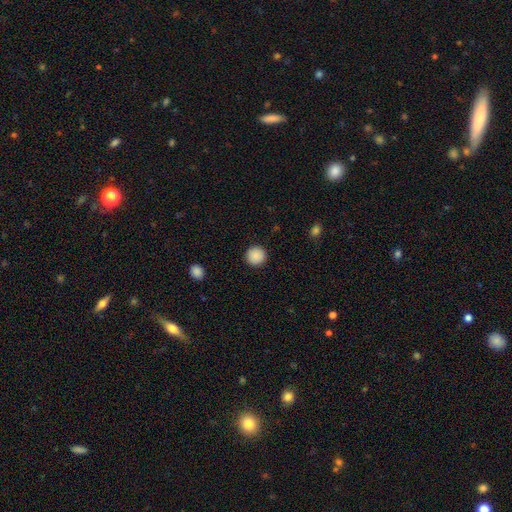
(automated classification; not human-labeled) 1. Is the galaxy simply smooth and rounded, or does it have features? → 89% smooth, 8% star or artifact, 3% featured or disk.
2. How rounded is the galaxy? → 95% round, 4% in between, 1% cigar-shaped.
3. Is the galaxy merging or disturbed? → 93% none, 5% minor disturbance, 2% major disturbance, 1% merger.